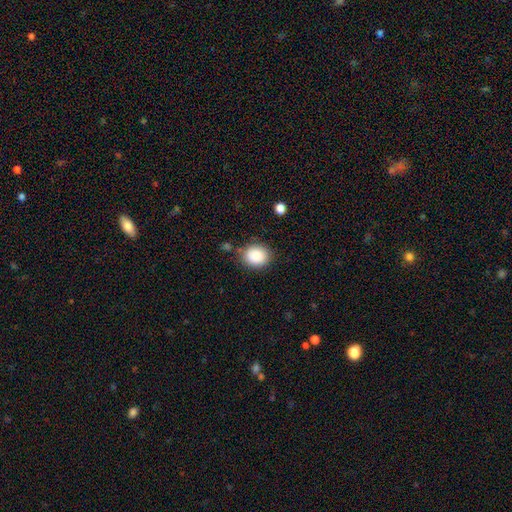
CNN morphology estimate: Smooth or featured?
  - smooth: 87% *
  - star or artifact: 8%
  - featured or disk: 5%
How rounded?
  - round: 67% *
  - in between: 32%
  - cigar-shaped: 1%
Merging?
  - none: 81% *
  - minor disturbance: 12%
  - major disturbance: 3%
  - merger: 3%